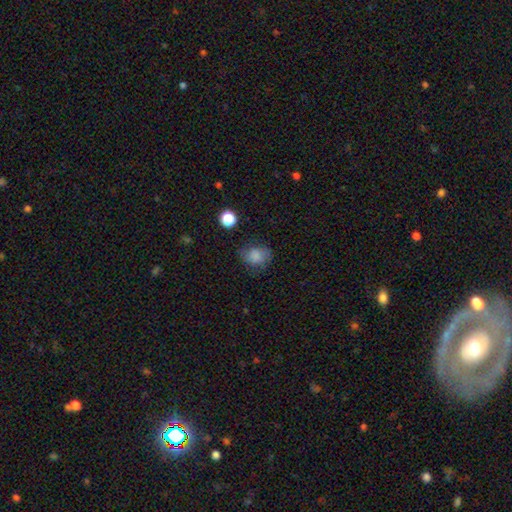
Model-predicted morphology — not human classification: Smooth or featured: smooth — 79% (featured or disk — 11%)
How rounded: round — 52% (in between — 47%)
Merging: none — 65% (minor disturbance — 24%)